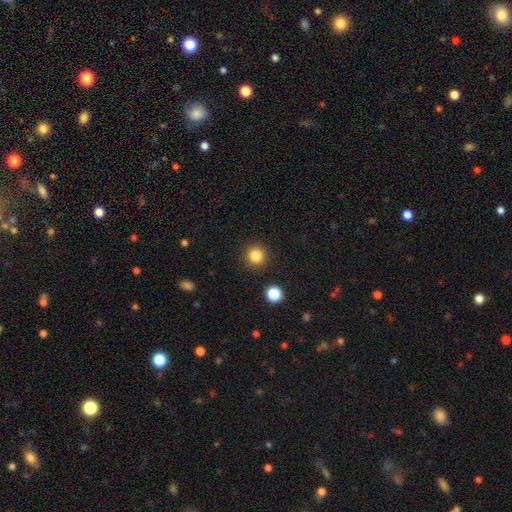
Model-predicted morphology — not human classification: Smooth or featured? Predicted: smooth (p=0.84). How rounded? Predicted: round (p=0.93). Merging? Predicted: none (p=0.91).